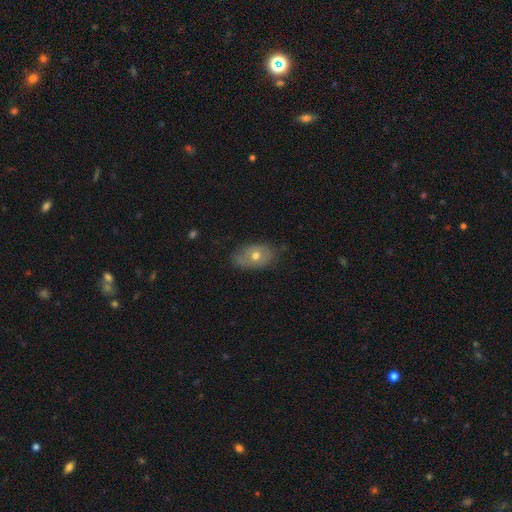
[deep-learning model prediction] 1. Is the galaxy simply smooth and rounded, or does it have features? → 54% smooth, 38% featured or disk, 8% star or artifact.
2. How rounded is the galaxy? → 85% in between, 13% round, 2% cigar-shaped.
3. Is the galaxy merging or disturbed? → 72% none, 22% minor disturbance, 4% major disturbance, 1% merger.